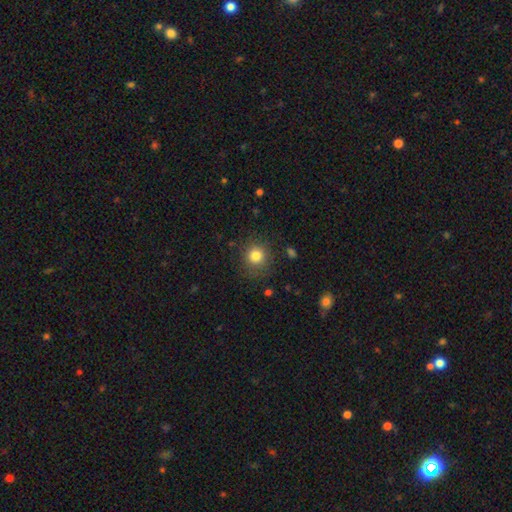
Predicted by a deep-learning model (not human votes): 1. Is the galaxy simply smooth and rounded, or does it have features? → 81% smooth, 12% star or artifact, 7% featured or disk.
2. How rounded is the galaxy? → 91% round, 8% in between, 1% cigar-shaped.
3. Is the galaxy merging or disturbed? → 85% none, 10% minor disturbance, 4% major disturbance, 1% merger.